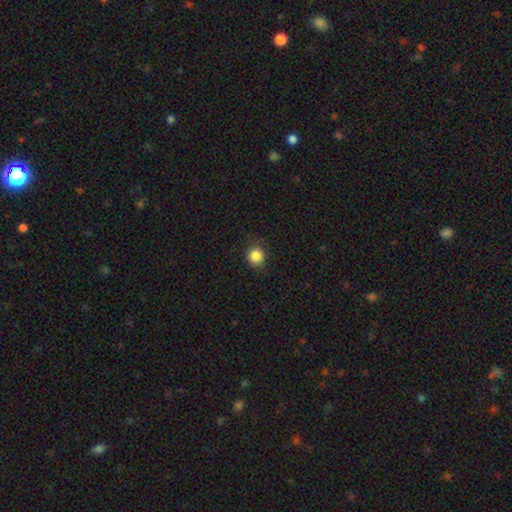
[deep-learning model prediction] Smooth or featured?
  - smooth: 85% *
  - star or artifact: 11%
  - featured or disk: 4%
How rounded?
  - round: 89% *
  - in between: 10%
  - cigar-shaped: 1%
Merging?
  - none: 83% *
  - minor disturbance: 13%
  - major disturbance: 3%
  - merger: 1%